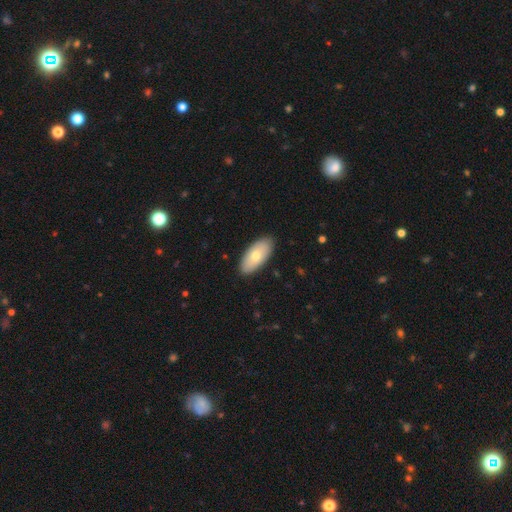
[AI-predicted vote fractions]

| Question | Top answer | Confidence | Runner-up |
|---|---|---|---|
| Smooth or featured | smooth | 71% | featured or disk (23%) |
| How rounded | in between | 92% | cigar-shaped (6%) |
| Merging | none | 88% | minor disturbance (9%) |